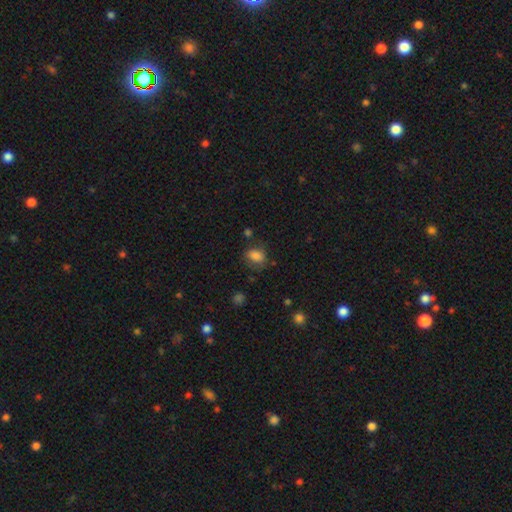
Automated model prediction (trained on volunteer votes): Q: Smooth or featured?
A: smooth (82%); runner-up: star or artifact (10%)
Q: How rounded?
A: in between (70%); runner-up: round (29%)
Q: Merging?
A: none (63%); runner-up: minor disturbance (23%)